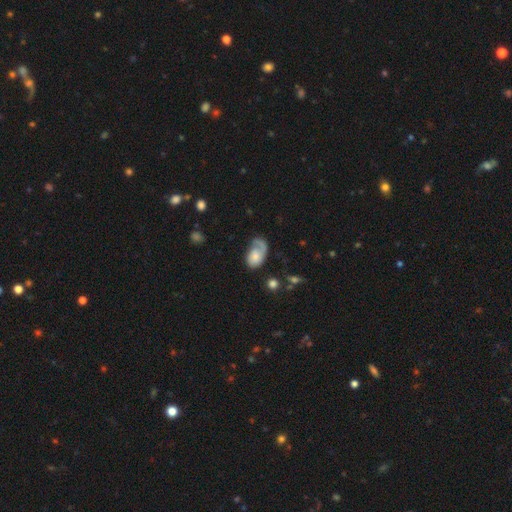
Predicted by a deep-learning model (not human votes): This is possibly a featured or disk galaxy (48%). Merging: marginally major disturbance (36%).